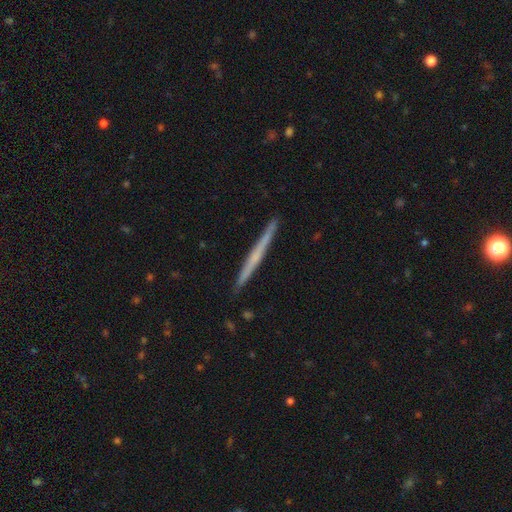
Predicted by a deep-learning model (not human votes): Q: Smooth or featured?
A: featured or disk (55%); runner-up: smooth (39%)
Q: Edge-on disk?
A: yes (98%); runner-up: no (2%)
Q: Edge-on bulge?
A: none (79%); runner-up: rounded (16%)
Q: Merging?
A: none (92%); runner-up: minor disturbance (6%)